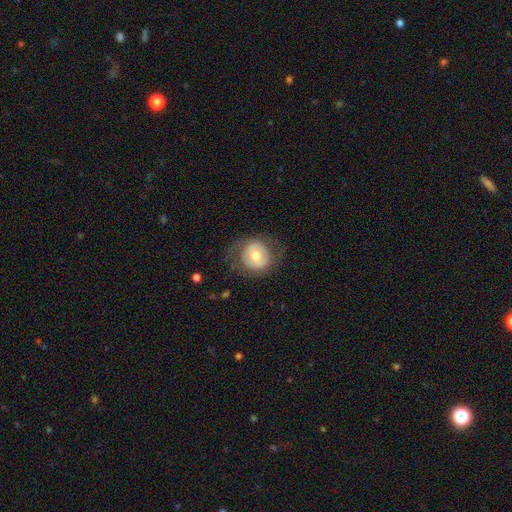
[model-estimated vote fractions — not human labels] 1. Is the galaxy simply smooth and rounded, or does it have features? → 53% smooth, 39% featured or disk, 8% star or artifact.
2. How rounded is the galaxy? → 84% round, 15% in between, 1% cigar-shaped.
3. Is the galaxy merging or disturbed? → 71% none, 16% minor disturbance, 12% major disturbance, 1% merger.